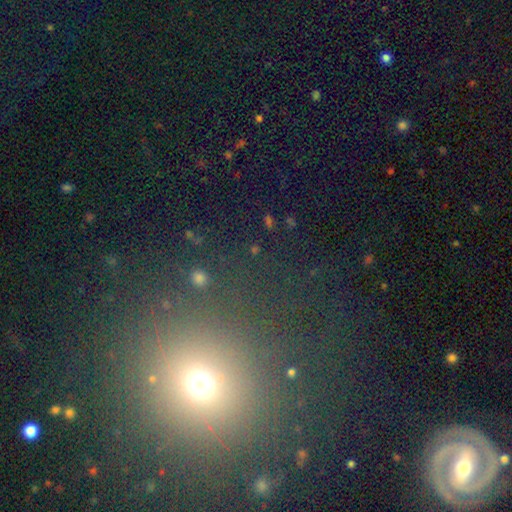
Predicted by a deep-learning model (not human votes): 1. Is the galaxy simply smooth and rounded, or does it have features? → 47% star or artifact, 44% smooth, 9% featured or disk.